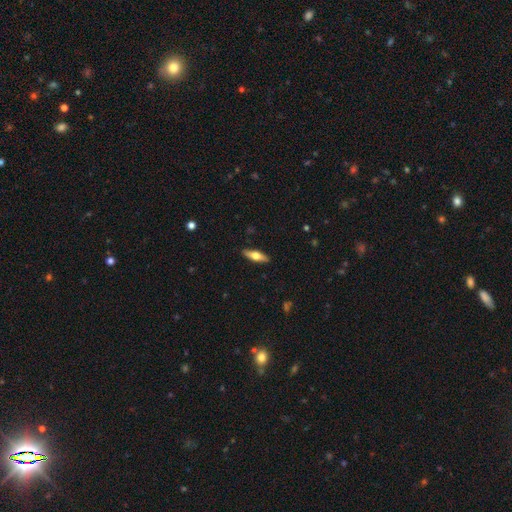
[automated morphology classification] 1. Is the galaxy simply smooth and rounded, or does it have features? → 51% smooth, 44% featured or disk, 6% star or artifact.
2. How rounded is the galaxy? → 52% cigar-shaped, 45% in between, 3% round.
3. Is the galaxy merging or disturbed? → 89% none, 8% minor disturbance, 2% major disturbance, 1% merger.